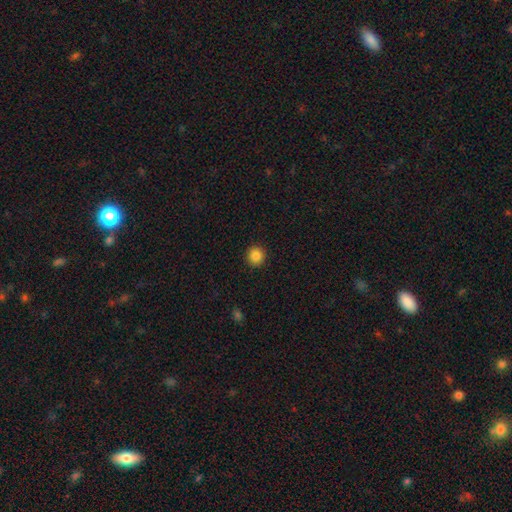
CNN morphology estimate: smooth_or_featured: smooth (p=0.86) [alt: star or artifact p=0.10]
how_rounded: round (p=0.94) [alt: in between p=0.05]
merging: none (p=0.93) [alt: minor disturbance p=0.05]